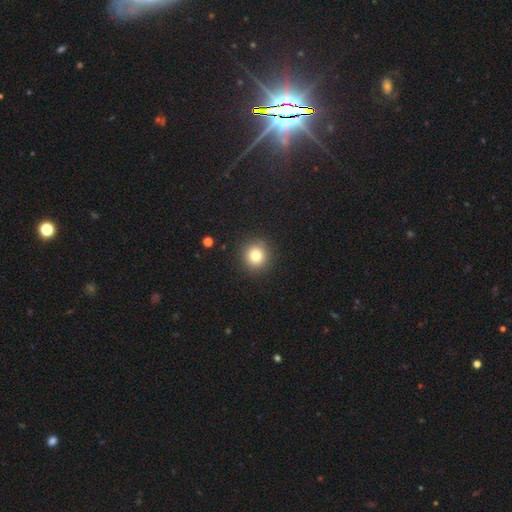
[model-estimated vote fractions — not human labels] Morphology: type=smooth (79%); roundness=round (94%); merging=none (91%).